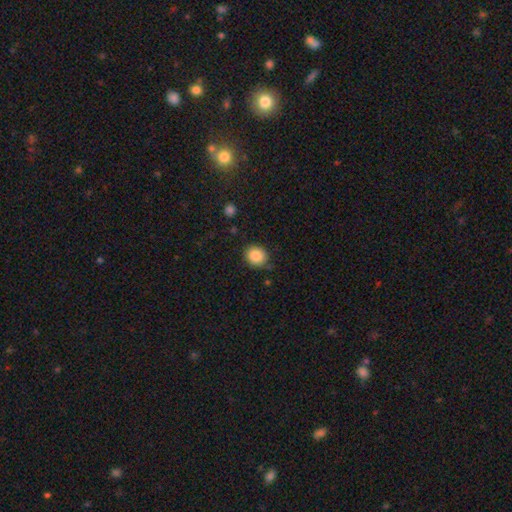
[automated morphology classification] Smooth or featured? smooth (86%)
How rounded? round (75%)
Merging? none (78%)